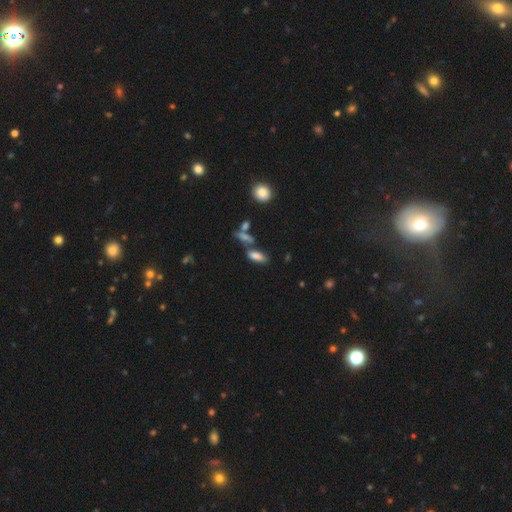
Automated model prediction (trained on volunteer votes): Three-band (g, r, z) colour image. It shows a smooth galaxy with no disk features (75%) that is in between round and cigar-shaped (71%). Merging: none (50%).